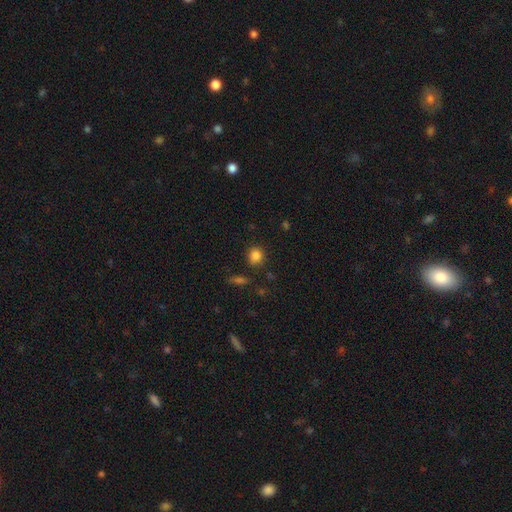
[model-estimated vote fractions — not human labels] smooth-or-featured: smooth: 84% | star or artifact: 11% | featured or disk: 5%
  how-rounded: round: 73% | in between: 26% | cigar-shaped: 1%
  merging: none: 83% | minor disturbance: 11% | merger: 3% | major disturbance: 3%